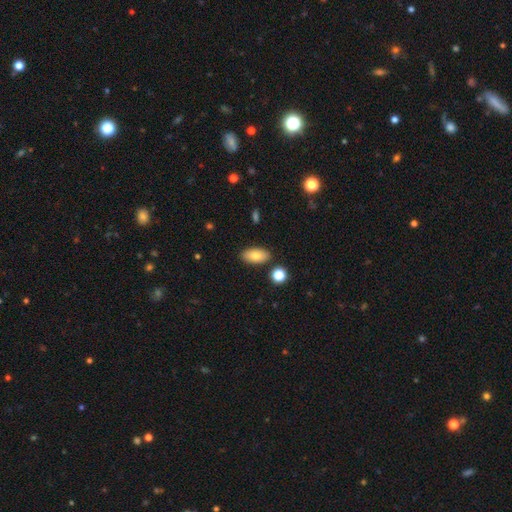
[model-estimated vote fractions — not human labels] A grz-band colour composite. It shows a smooth galaxy with no disk features (81%) that is in between round and cigar-shaped (92%). Merging: none (85%).